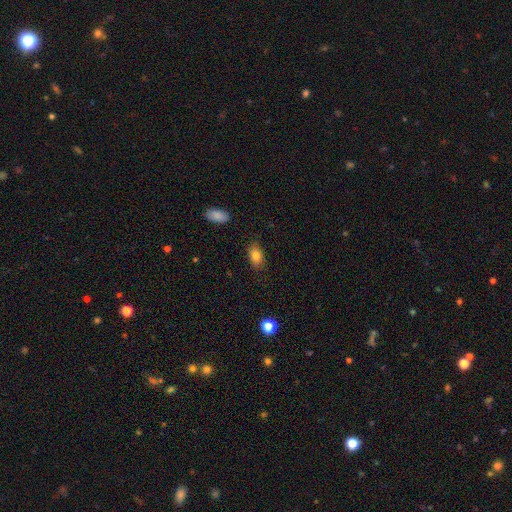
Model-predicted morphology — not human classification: Overall: smooth (82%). How rounded: in between (86%). Merging: none (82%).